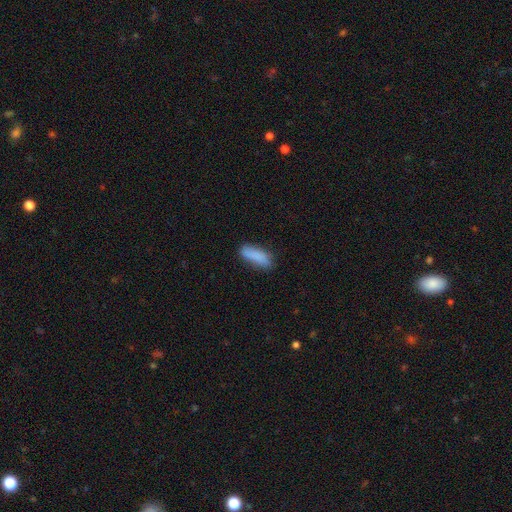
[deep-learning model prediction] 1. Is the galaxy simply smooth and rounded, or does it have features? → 86% smooth, 8% featured or disk, 7% star or artifact.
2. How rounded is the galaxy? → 54% in between, 44% cigar-shaped, 2% round.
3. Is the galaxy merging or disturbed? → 74% none, 19% minor disturbance, 4% major disturbance, 2% merger.